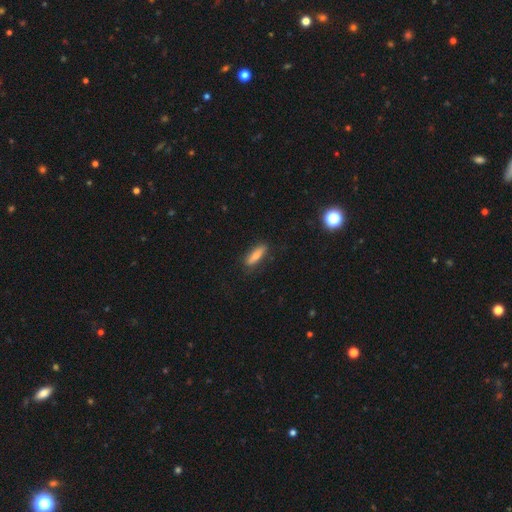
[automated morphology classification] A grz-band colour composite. It shows a smooth galaxy with no disk features (72%) that is cigar-shaped (63%). Merging: none (81%).